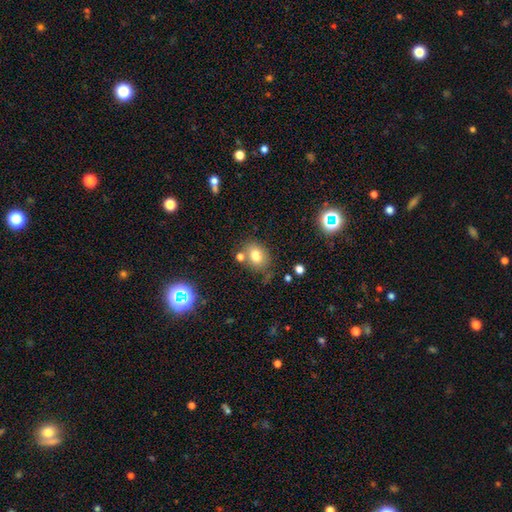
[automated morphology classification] Smooth or featured?
  - smooth: 77% *
  - star or artifact: 12%
  - featured or disk: 11%
How rounded?
  - in between: 54% *
  - round: 45%
  - cigar-shaped: 1%
Merging?
  - none: 68% *
  - minor disturbance: 15%
  - merger: 12%
  - major disturbance: 5%